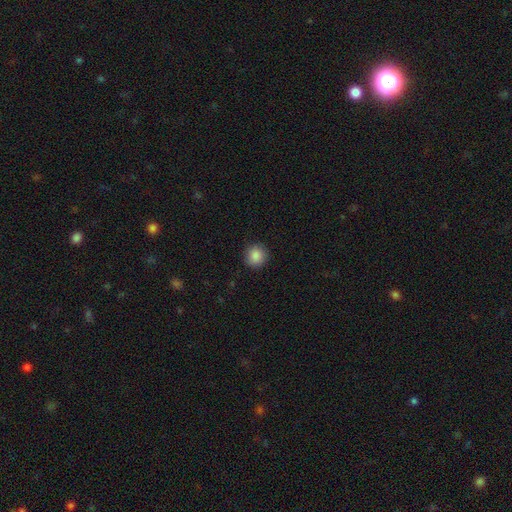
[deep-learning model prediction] Overall: smooth (88%). How rounded: round (92%). Merging: none (90%).